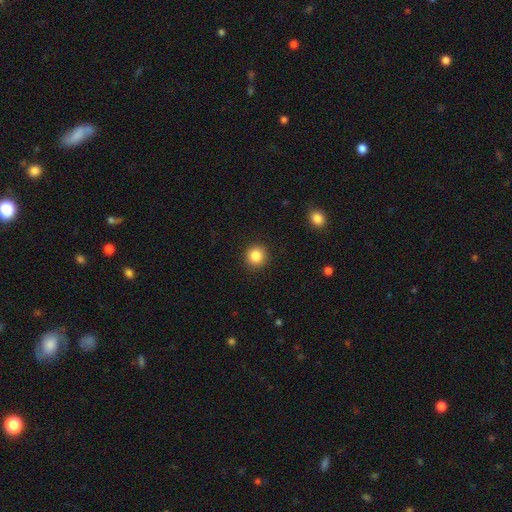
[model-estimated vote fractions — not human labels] Smooth or featured? Predicted: smooth (p=0.86). How rounded? Predicted: round (p=0.93). Merging? Predicted: none (p=0.92).